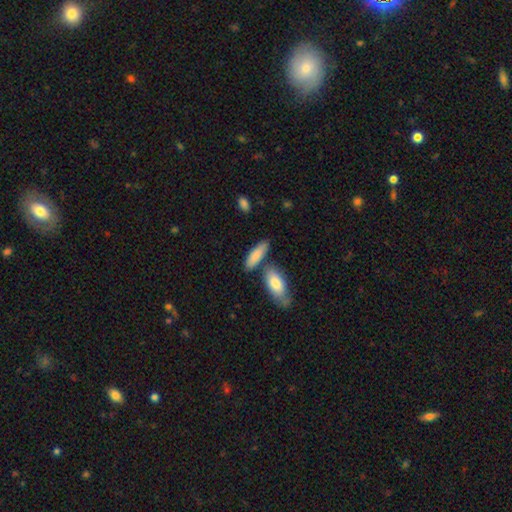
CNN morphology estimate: Overall: smooth (82%). How rounded: in between (56%; cigar-shaped 41%). Merging: none (65%).